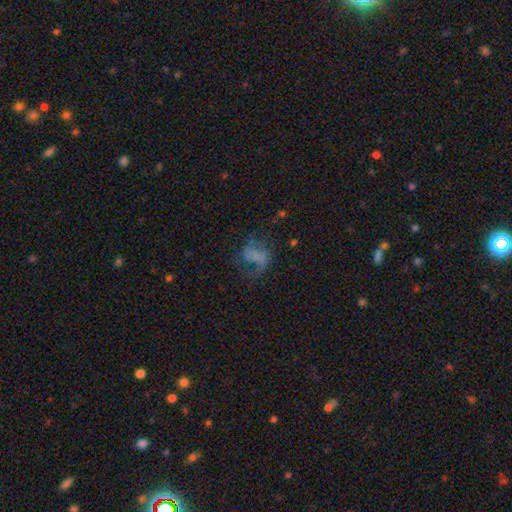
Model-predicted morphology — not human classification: A featured or disk galaxy (53%) with no bar (65%), spiral arms (69%) and no central bulge (70%).

Vote fractions:
- Smooth or featured? featured or disk: 53% / smooth: 32% / star or artifact: 15%
- Edge-on disk? no: 98% / yes: 2%
- Bar? no: 65% / weak: 26% / strong: 9%
- Spiral arms? yes: 69% / no: 31%
- Bulge size? none: 70% / small: 11% / moderate: 8% / large: 8% / dominant: 3%
- Merging? none: 42% / major disturbance: 36% / minor disturbance: 18% / merger: 3%